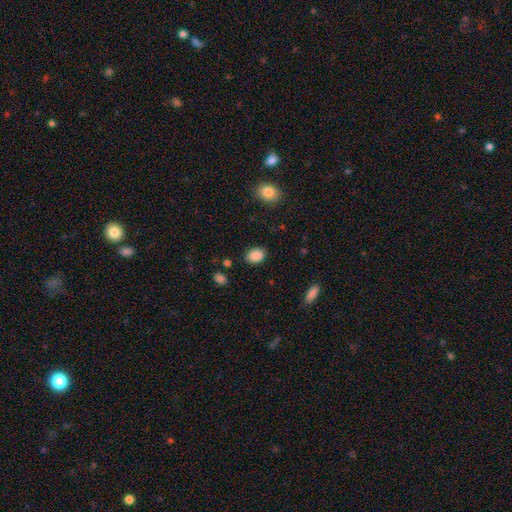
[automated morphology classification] A smooth galaxy with no disk features (88%) that is in between round and cigar-shaped (72%). Merging: none (84%).